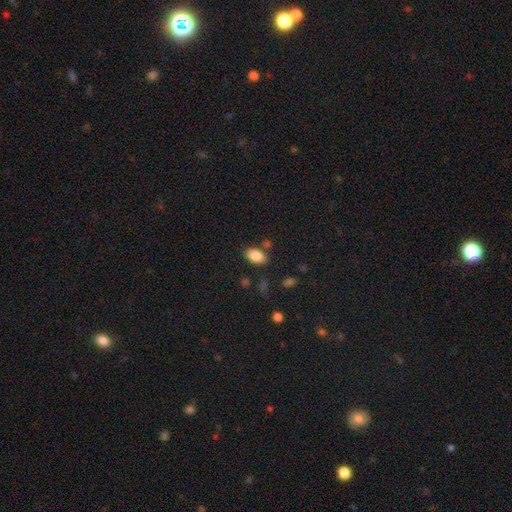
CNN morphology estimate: Smooth or featured: smooth — 86% (star or artifact — 8%)
How rounded: in between — 92% (round — 7%)
Merging: none — 79% (minor disturbance — 12%)